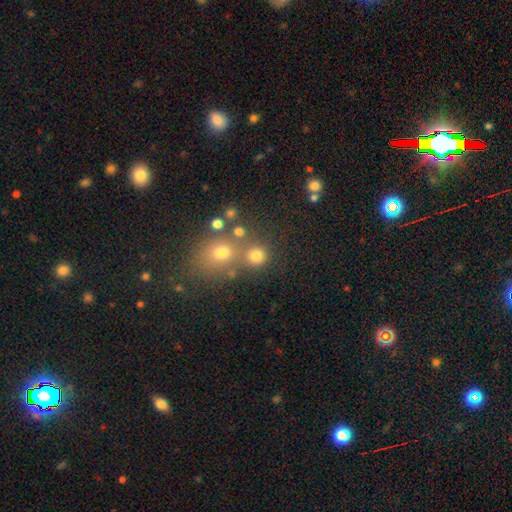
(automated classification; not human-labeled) The model was most divided on "merging": none: 62%, merger: 24%, minor disturbance: 9%, major disturbance: 5%. More confident: how rounded — round (87%); smooth or featured — smooth (76%).